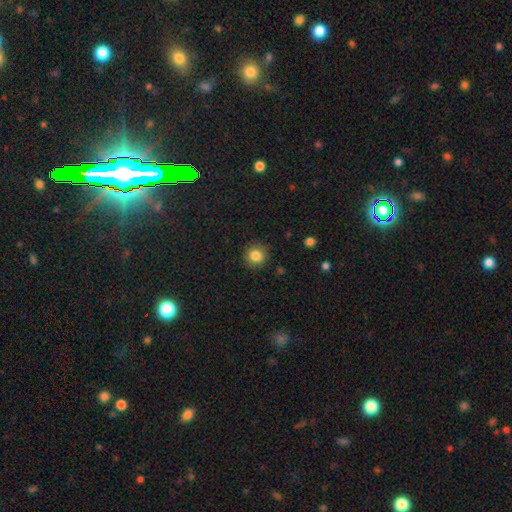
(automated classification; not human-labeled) smooth 85%, star or artifact 10%, featured or disk 5%. Down the decision tree: how rounded — round (90%); merging — none (89%).